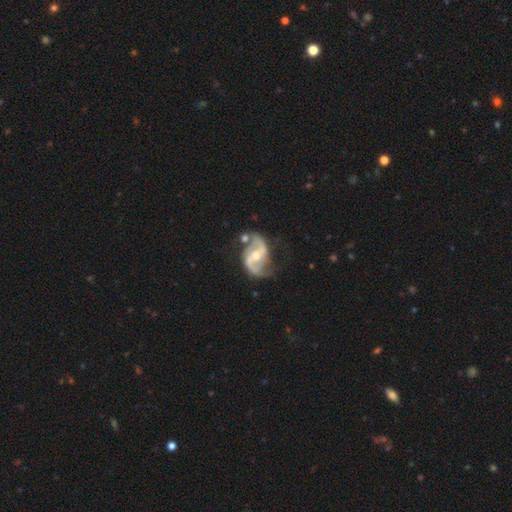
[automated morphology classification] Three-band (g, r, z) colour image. It shows a featured or disk galaxy (89%) with a weak bar (45%), 2 (92%) medium (45%) spiral arms (96%) and a moderate central bulge (63%). Merging: none (60%).